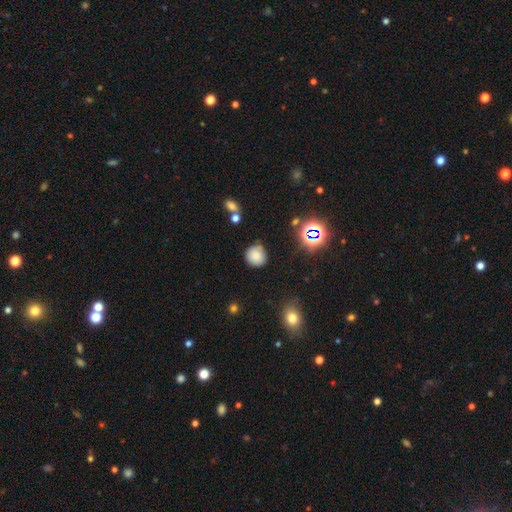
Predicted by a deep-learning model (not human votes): Q: Smooth or featured?
A: smooth (77%); runner-up: star or artifact (15%)
Q: How rounded?
A: round (88%); runner-up: in between (11%)
Q: Merging?
A: none (78%); runner-up: minor disturbance (15%)